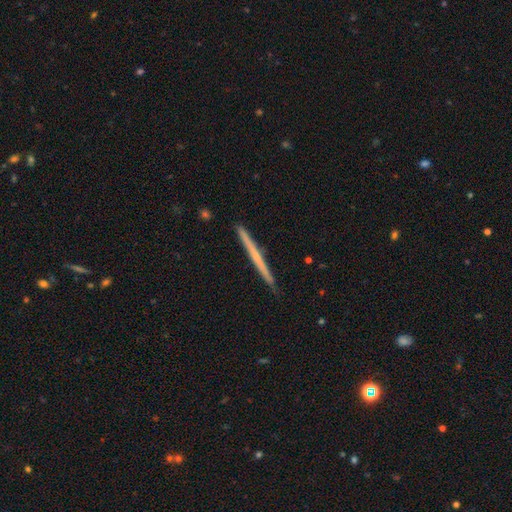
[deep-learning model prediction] Q: Smooth or featured?
A: featured or disk (60%); runner-up: smooth (34%)
Q: Edge-on disk?
A: yes (98%); runner-up: no (2%)
Q: Edge-on bulge?
A: none (72%); runner-up: rounded (24%)
Q: Merging?
A: none (92%); runner-up: minor disturbance (6%)